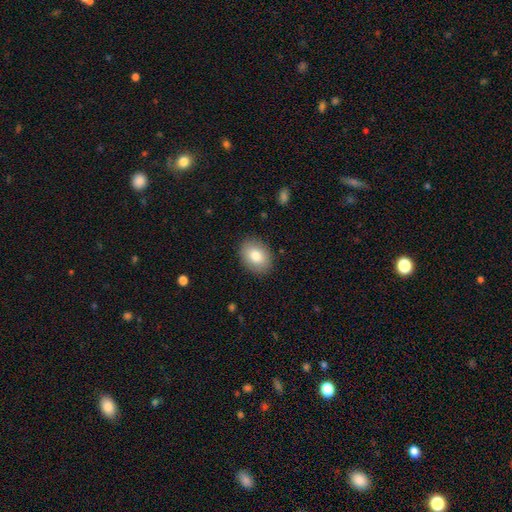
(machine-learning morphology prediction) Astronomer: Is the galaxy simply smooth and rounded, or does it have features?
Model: smooth — 82%.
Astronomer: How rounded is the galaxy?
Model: in between — 71%.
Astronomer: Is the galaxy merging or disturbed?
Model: none — 88%.